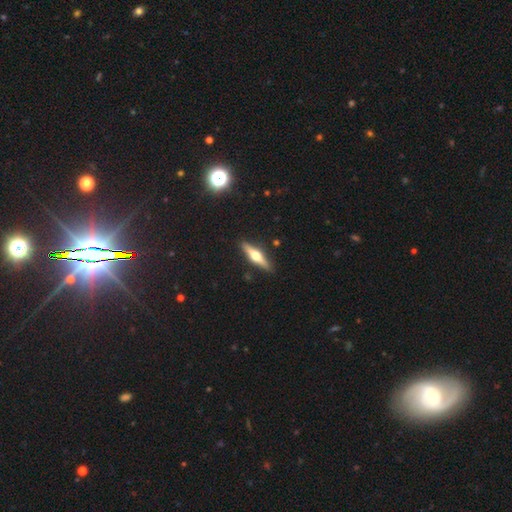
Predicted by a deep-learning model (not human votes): Smooth or featured? Predicted: featured or disk (p=0.63). Edge-on disk? Predicted: yes (p=0.96). Edge-on bulge? Predicted: rounded (p=0.95). Merging? Predicted: none (p=0.90).